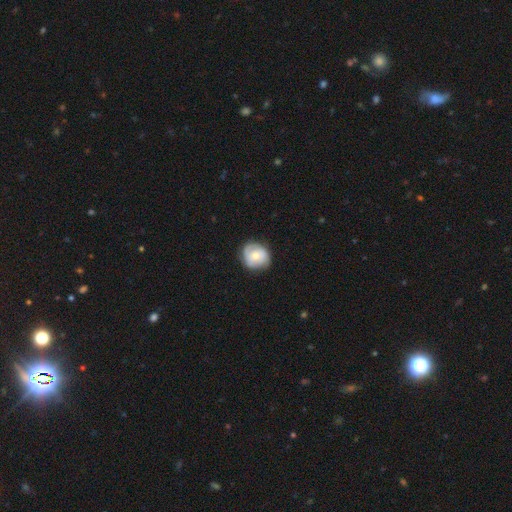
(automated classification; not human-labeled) Q: Smooth or featured?
A: featured or disk (47%); runner-up: smooth (46%)
Q: Merging?
A: none (78%); runner-up: minor disturbance (17%)